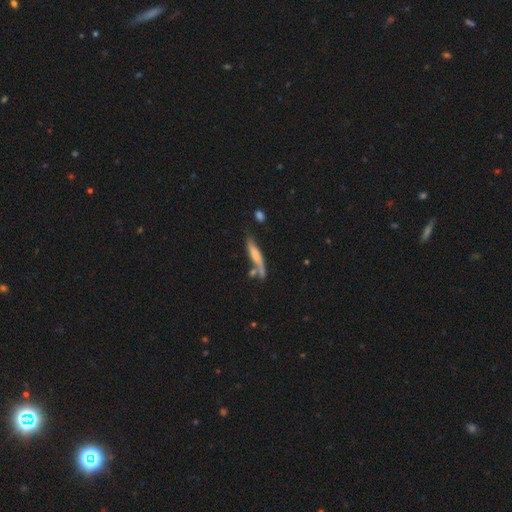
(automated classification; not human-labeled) Smooth or featured: smooth — 63% (featured or disk — 30%)
How rounded: cigar-shaped — 86% (in between — 12%)
Merging: none — 54% (minor disturbance — 20%)